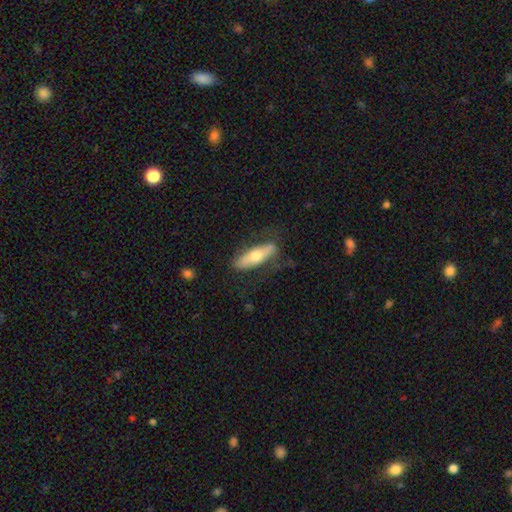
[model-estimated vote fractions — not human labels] smooth_or_featured: smooth (p=0.55) [alt: featured or disk p=0.40]
how_rounded: cigar-shaped (p=0.58) [alt: in between p=0.40]
merging: none (p=0.75) [alt: minor disturbance p=0.17]